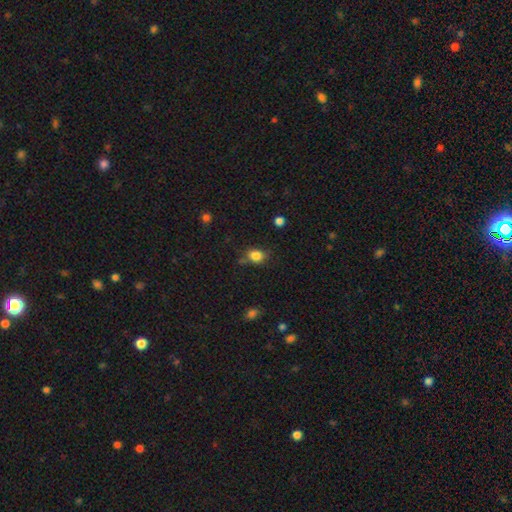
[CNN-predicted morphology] type=smooth (83%); roundness=round (54%); merging=none (68%).